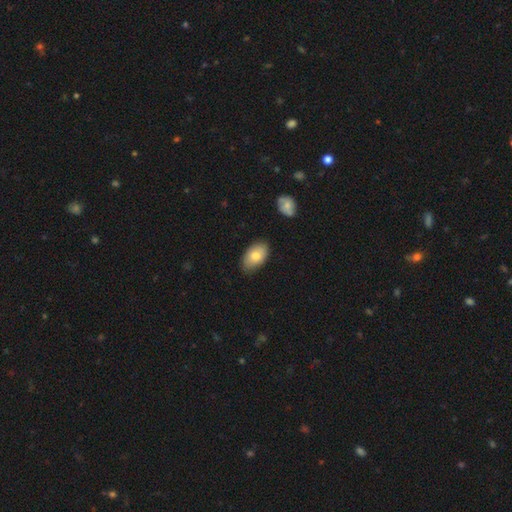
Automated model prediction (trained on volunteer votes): A smooth galaxy with no disk features (79%) that is in between round and cigar-shaped (93%). Merging: none (81%).